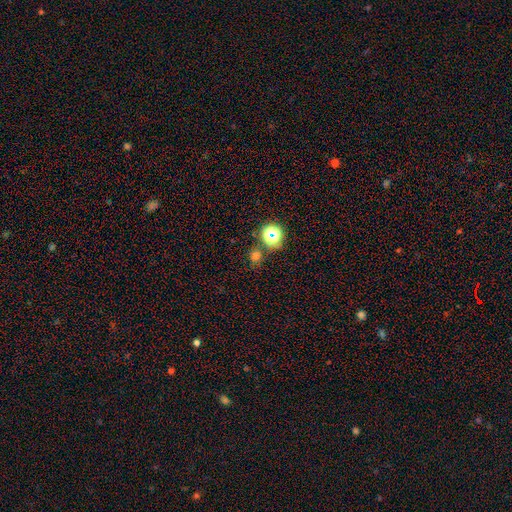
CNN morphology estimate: A smooth galaxy with no disk features (64%) that is round (80%). Merging: none (74%).